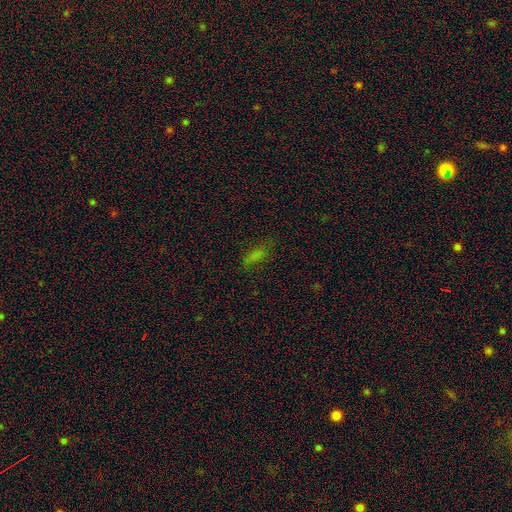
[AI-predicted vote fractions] smooth 66%, star or artifact 22%, featured or disk 12%. Down the decision tree: how rounded — in between (63%); merging — none (63%).